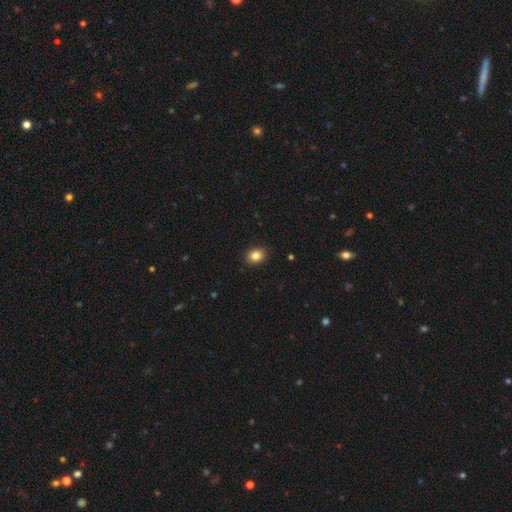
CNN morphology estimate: This appears to be a smooth galaxy with no disk features (84%) that is in between round and cigar-shaped (52%). Merging: none (90%).